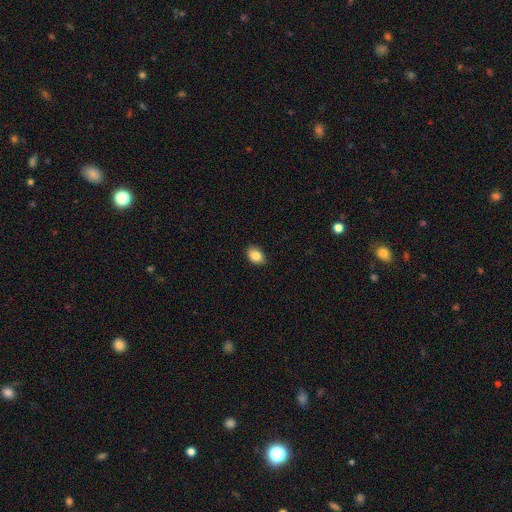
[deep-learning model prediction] smooth-or-featured: smooth: 86% | star or artifact: 8% | featured or disk: 6%
  how-rounded: in between: 81% | round: 18% | cigar-shaped: 1%
  merging: none: 88% | minor disturbance: 9% | major disturbance: 2% | merger: 1%